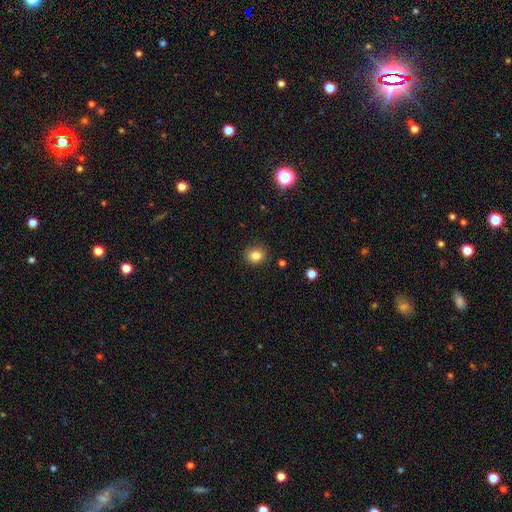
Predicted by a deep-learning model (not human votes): smooth_or_featured: smooth (p=0.83) [alt: star or artifact p=0.12]
how_rounded: round (p=0.71) [alt: in between p=0.28]
merging: none (p=0.87) [alt: minor disturbance p=0.09]